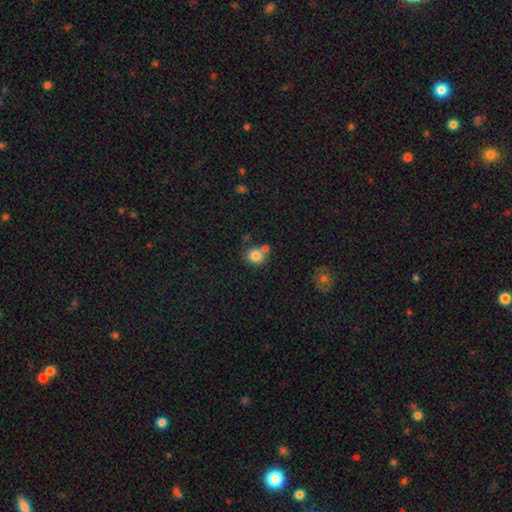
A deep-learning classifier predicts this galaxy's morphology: Smooth or featured?
  - smooth: 82% *
  - star or artifact: 10%
  - featured or disk: 8%
How rounded?
  - round: 79% *
  - in between: 20%
  - cigar-shaped: 1%
Merging?
  - none: 61% *
  - merger: 23%
  - minor disturbance: 13%
  - major disturbance: 4%